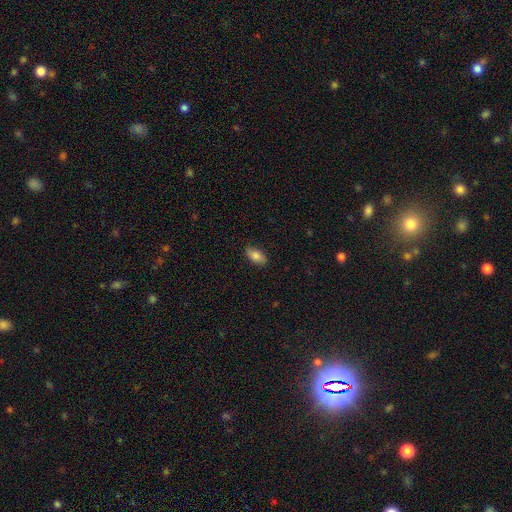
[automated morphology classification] A smooth galaxy with no disk features (84%) that is in between round and cigar-shaped (92%). Merging: none (86%).